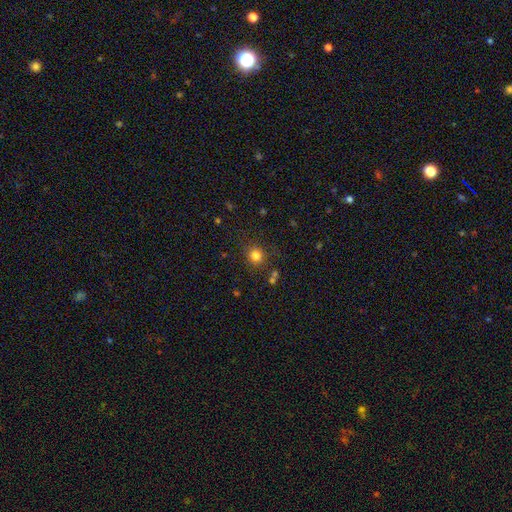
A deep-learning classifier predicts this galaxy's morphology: Overall: smooth (80%). How rounded: round (89%). Merging: none (83%).